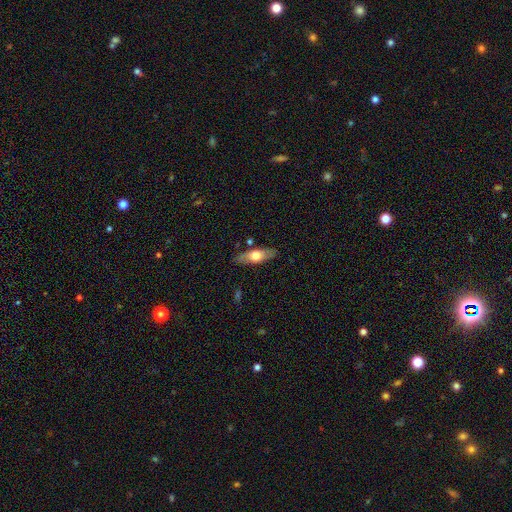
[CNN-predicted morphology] type=smooth (56%); roundness=in between (64%); merging=none (83%).